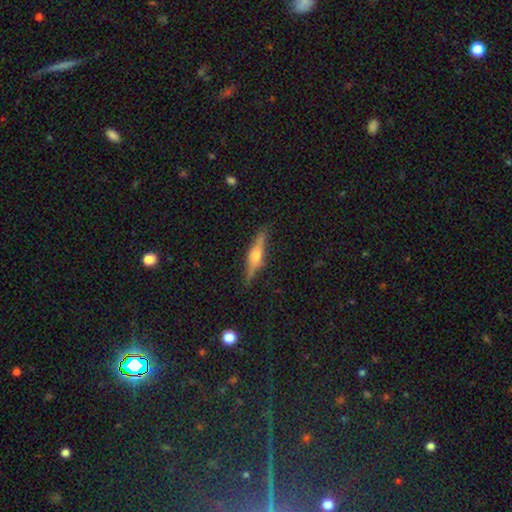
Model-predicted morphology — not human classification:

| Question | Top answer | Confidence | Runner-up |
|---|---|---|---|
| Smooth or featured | featured or disk | 74% | smooth (19%) |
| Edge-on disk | yes | 97% | no (3%) |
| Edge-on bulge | rounded | 90% | boxy (8%) |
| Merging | none | 87% | minor disturbance (9%) |